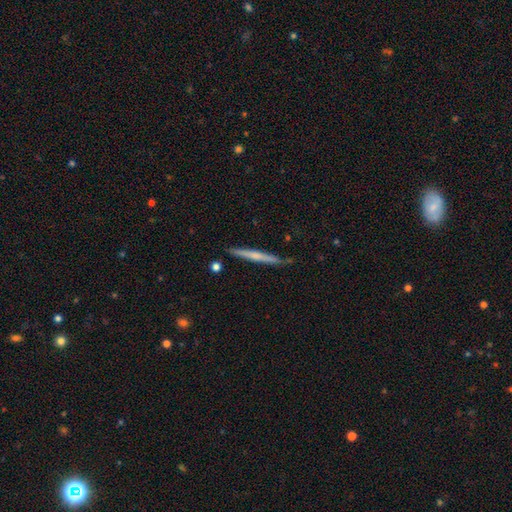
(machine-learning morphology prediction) smooth_or_featured: featured or disk (p=0.51) [alt: smooth p=0.44]
disk_edge_on: yes (p=0.97) [alt: no p=0.03]
merging: none (p=0.86) [alt: minor disturbance p=0.10]